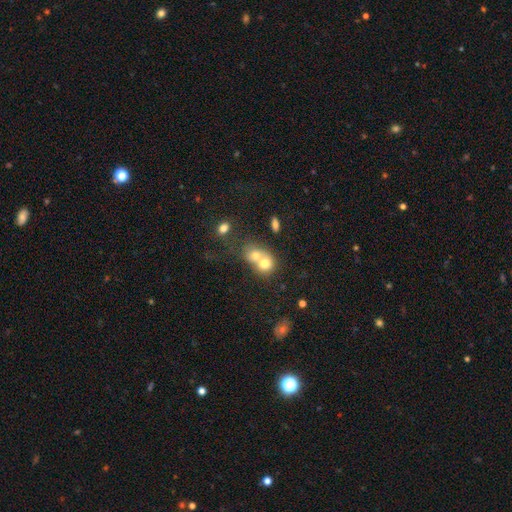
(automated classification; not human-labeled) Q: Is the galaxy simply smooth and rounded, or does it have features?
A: smooth — 68%.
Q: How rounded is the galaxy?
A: round — 65%.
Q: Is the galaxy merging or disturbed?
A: merger — 70%.